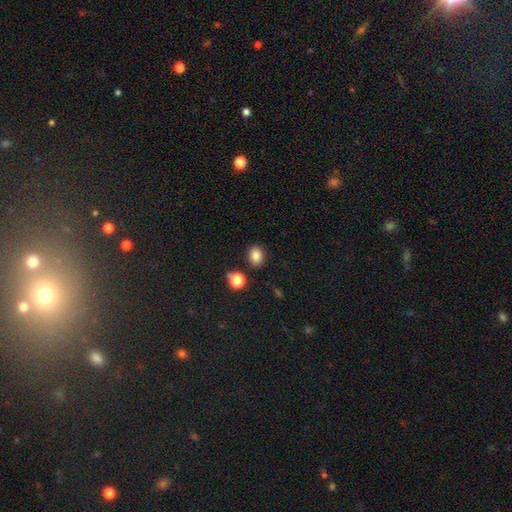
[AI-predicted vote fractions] This appears to be a smooth galaxy with no disk features (85%) that is in between round and cigar-shaped (56%). Merging: none (84%).